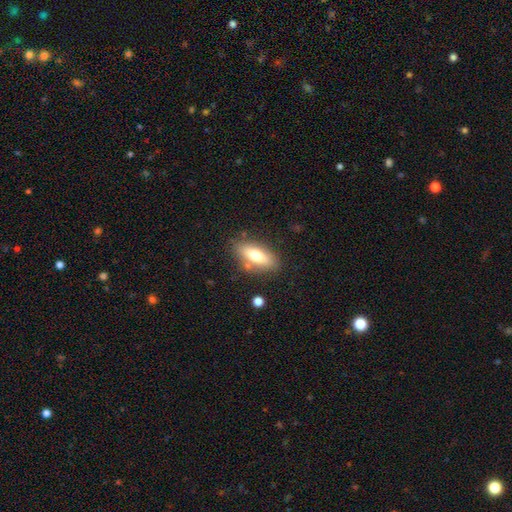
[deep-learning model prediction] smooth 66%, featured or disk 27%, star or artifact 7%. Down the decision tree: how rounded — in between (77%); merging — none (80%).